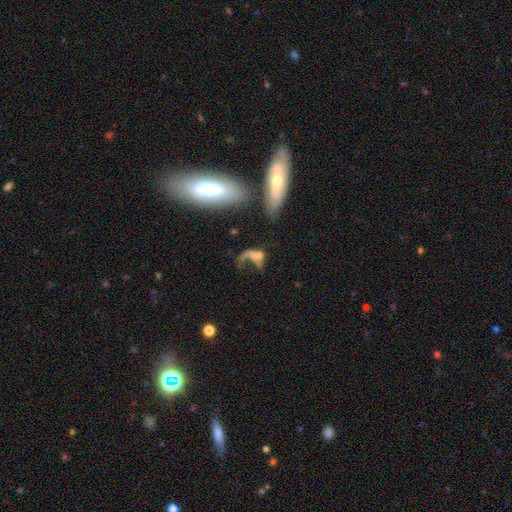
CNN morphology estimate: smooth-or-featured: featured or disk: 43% | smooth: 42% | star or artifact: 15%
  merging: merger: 36% | major disturbance: 33% | none: 21% | minor disturbance: 10%